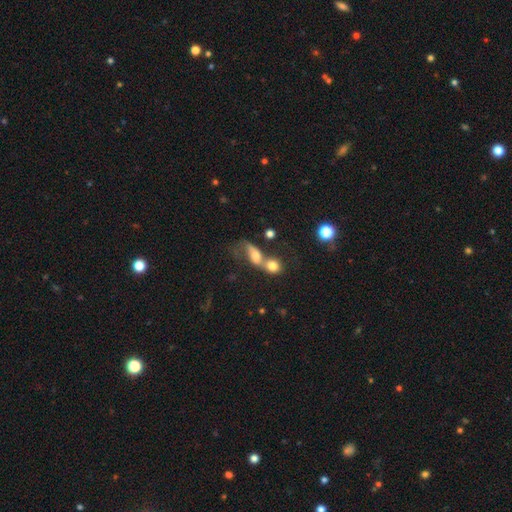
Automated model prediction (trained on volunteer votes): Smooth or featured?
  - smooth: 57% *
  - featured or disk: 31%
  - star or artifact: 12%
How rounded?
  - in between: 61% *
  - round: 29%
  - cigar-shaped: 10%
Merging?
  - merger: 69% *
  - none: 13%
  - major disturbance: 11%
  - minor disturbance: 7%